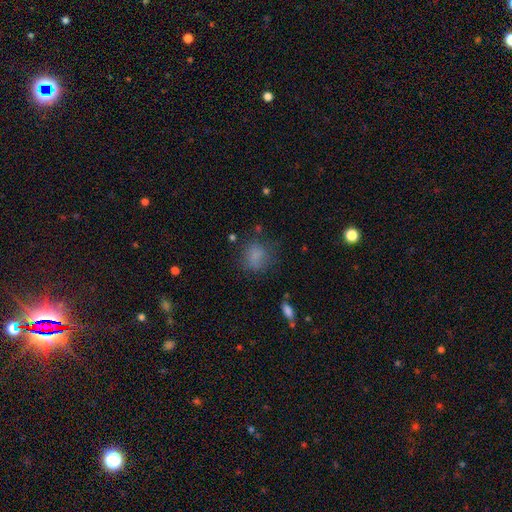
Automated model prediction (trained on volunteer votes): Smooth or featured: smooth — 76% (star or artifact — 13%)
How rounded: round — 62% (in between — 37%)
Merging: none — 65% (minor disturbance — 21%)